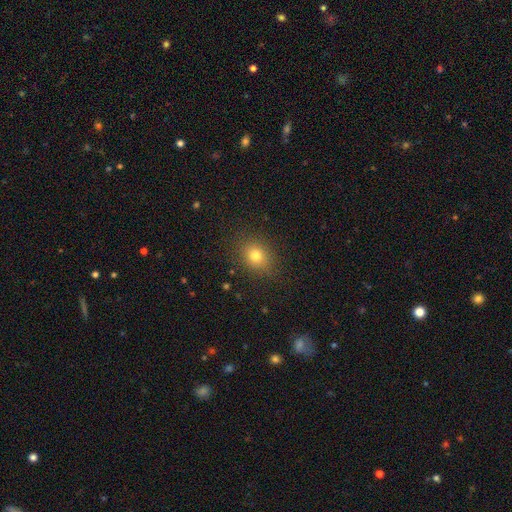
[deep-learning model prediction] Smooth or featured?
  - smooth: 78% *
  - star or artifact: 14%
  - featured or disk: 9%
How rounded?
  - round: 60% *
  - in between: 39%
  - cigar-shaped: 1%
Merging?
  - none: 86% *
  - minor disturbance: 9%
  - major disturbance: 3%
  - merger: 1%